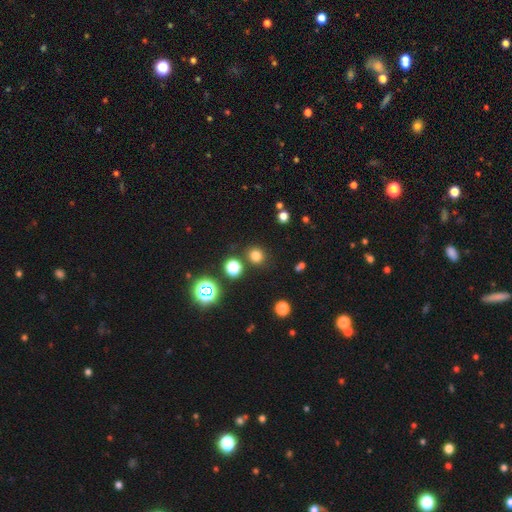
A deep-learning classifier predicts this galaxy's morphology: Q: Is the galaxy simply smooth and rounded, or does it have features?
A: smooth — 75%.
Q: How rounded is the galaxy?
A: round — 87%.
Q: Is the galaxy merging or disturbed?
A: none — 84%.